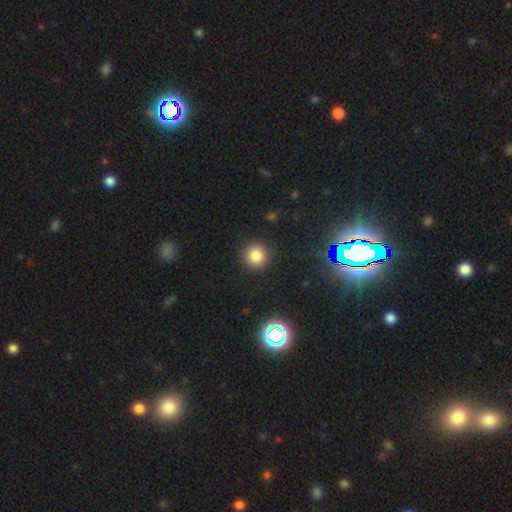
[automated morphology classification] A smooth galaxy with no disk features (81%) that is round (94%).

Vote fractions:
- Smooth or featured? smooth: 81% / star or artifact: 15% / featured or disk: 5%
- How rounded? round: 94% / in between: 5% / cigar-shaped: 1%
- Merging? none: 90% / minor disturbance: 6% / major disturbance: 2% / merger: 1%